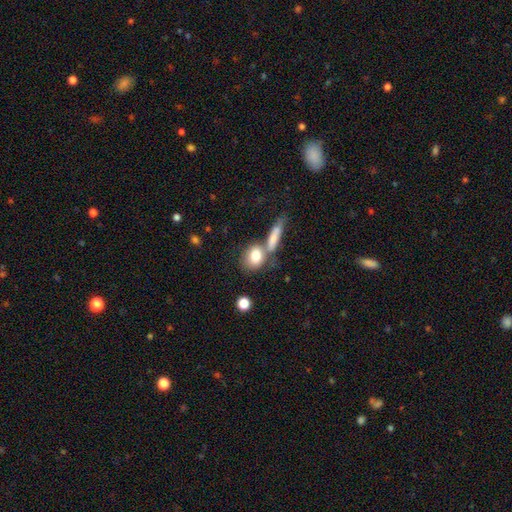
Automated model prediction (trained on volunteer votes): smooth 80%, featured or disk 13%, star or artifact 8%. Down the decision tree: how rounded — in between (49%); merging — none (47%).